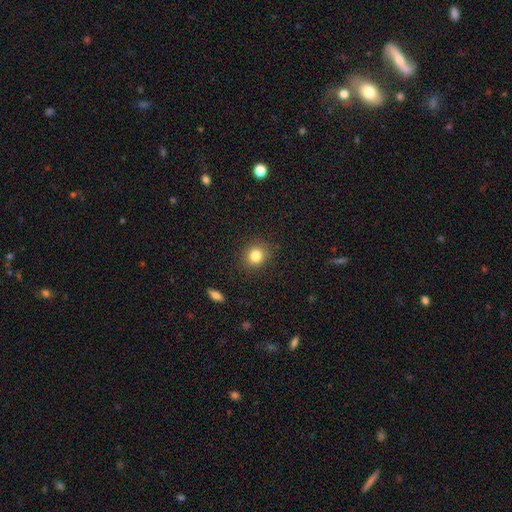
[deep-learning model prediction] Smooth or featured? Predicted: smooth (p=0.83). How rounded? Predicted: round (p=0.83). Merging? Predicted: none (p=0.87).